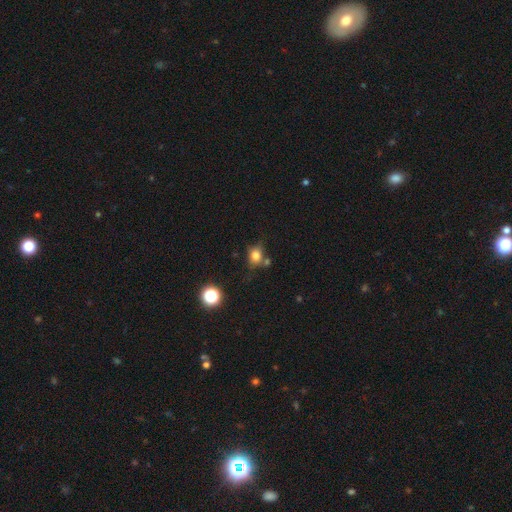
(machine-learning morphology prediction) smooth_or_featured: smooth (p=0.77) [alt: star or artifact p=0.13]
how_rounded: round (p=0.58) [alt: in between p=0.41]
merging: none (p=0.60) [alt: minor disturbance p=0.21]